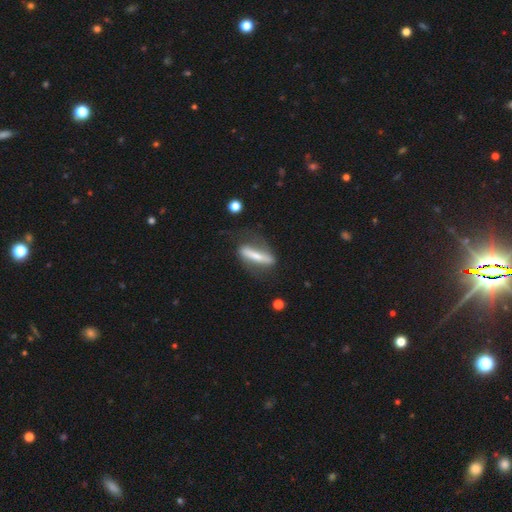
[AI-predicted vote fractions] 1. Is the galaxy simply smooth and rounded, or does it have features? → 51% featured or disk, 42% smooth, 7% star or artifact.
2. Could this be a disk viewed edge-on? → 58% yes, 42% no.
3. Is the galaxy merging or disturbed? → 59% none, 22% minor disturbance, 17% major disturbance, 3% merger.